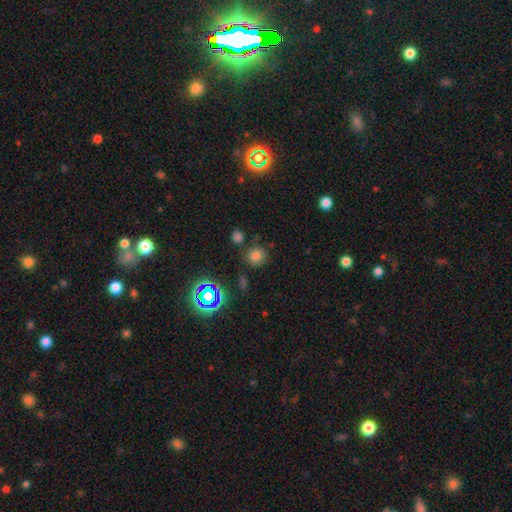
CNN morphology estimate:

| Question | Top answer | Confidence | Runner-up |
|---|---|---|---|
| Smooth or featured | smooth | 70% | star or artifact (22%) |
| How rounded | round | 89% | in between (10%) |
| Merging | none | 78% | minor disturbance (10%) |